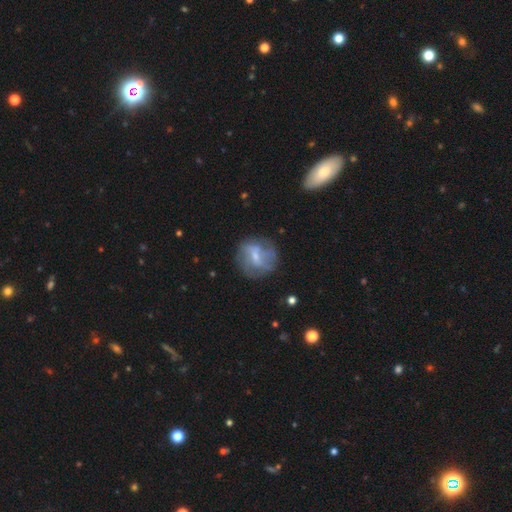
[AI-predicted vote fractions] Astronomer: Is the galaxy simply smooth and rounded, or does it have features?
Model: featured or disk — 57% (runner-up: smooth, 35%).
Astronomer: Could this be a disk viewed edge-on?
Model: no — 97%.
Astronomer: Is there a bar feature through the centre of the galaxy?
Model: weak — 48% (runner-up: no, 40%).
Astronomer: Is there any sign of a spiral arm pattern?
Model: yes — 60% (runner-up: no, 40%).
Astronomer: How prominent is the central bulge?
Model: small — 56% (runner-up: moderate, 33%).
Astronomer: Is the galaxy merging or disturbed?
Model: none — 67%.